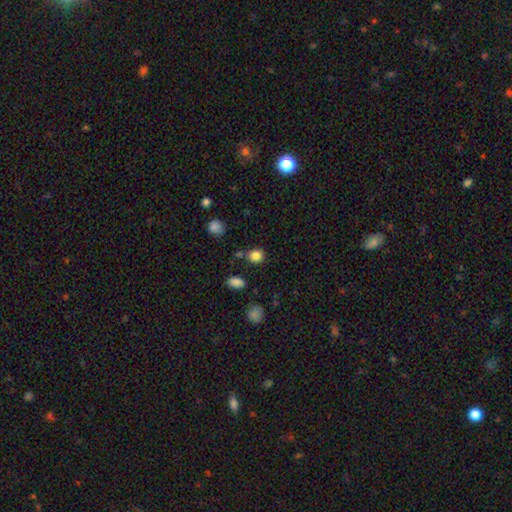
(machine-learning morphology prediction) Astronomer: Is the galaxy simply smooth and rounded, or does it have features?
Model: smooth — 84%.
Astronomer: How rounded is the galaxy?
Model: round — 76%.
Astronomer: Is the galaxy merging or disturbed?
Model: none — 77%.